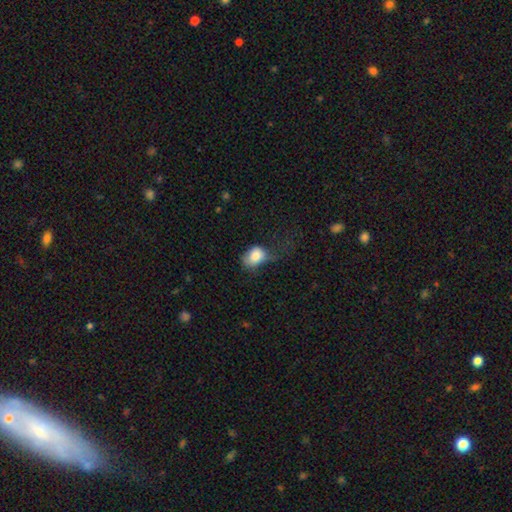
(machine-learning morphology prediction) A smooth galaxy with no disk features (82%) that is in between round and cigar-shaped (66%). Merging: minor disturbance (34%).